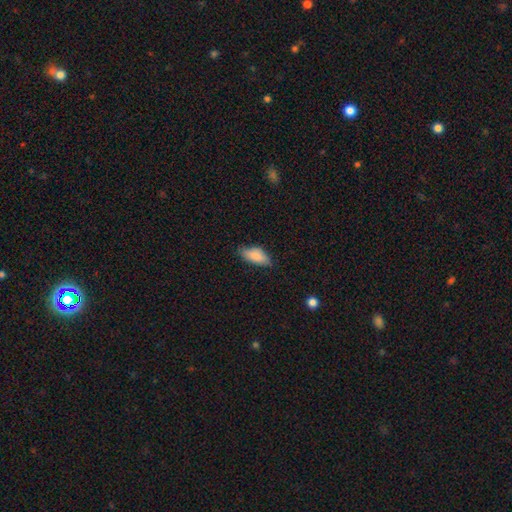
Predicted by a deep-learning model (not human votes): Smooth or featured?
  - smooth: 84% *
  - featured or disk: 10%
  - star or artifact: 6%
How rounded?
  - in between: 87% *
  - cigar-shaped: 11%
  - round: 2%
Merging?
  - none: 71% *
  - minor disturbance: 24%
  - major disturbance: 4%
  - merger: 1%